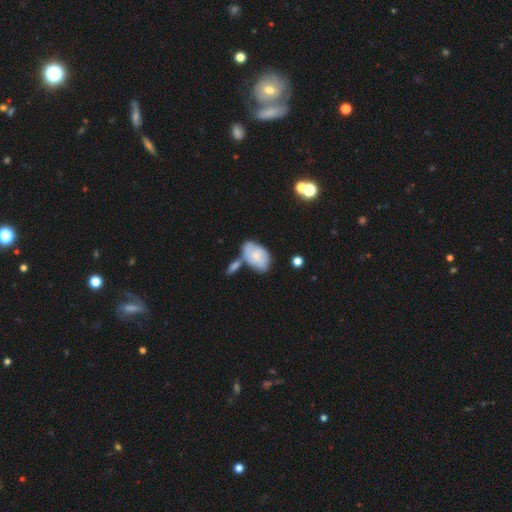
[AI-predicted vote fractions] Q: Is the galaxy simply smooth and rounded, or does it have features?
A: smooth — 61%.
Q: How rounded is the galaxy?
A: in between — 91%.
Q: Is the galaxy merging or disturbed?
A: none — 41%.